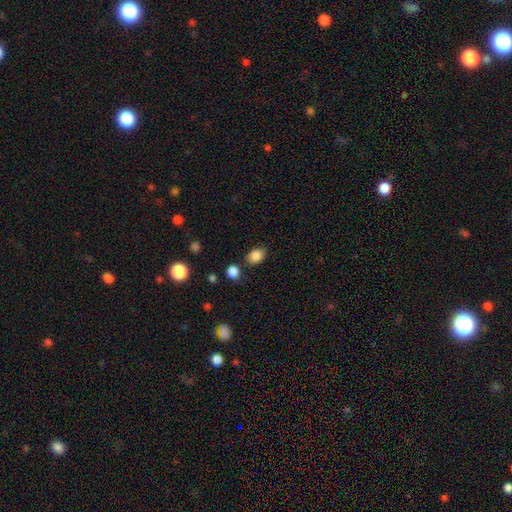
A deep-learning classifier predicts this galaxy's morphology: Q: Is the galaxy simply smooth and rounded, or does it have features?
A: smooth — 86%.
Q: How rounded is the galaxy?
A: in between — 73%.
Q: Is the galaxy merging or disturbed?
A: none — 78%.